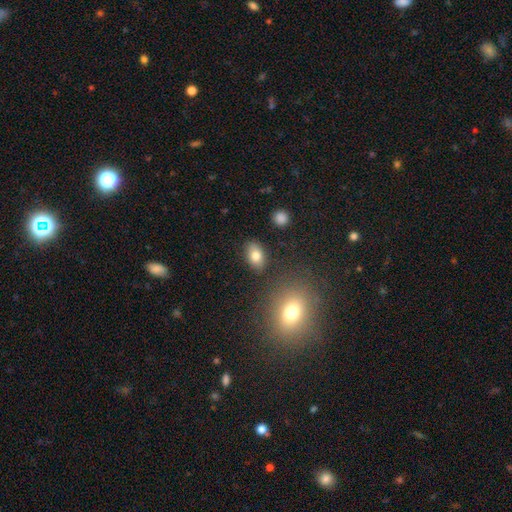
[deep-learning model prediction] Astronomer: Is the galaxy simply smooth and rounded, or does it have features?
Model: smooth — 79%.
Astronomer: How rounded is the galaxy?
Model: in between — 83%.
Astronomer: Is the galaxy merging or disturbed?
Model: none — 85%.